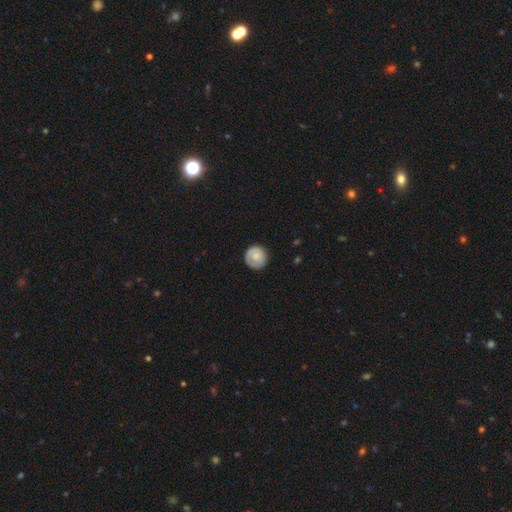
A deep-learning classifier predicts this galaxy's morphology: Smooth or featured? Predicted: smooth (p=0.68). How rounded? Predicted: round (p=0.93). Merging? Predicted: none (p=0.82).